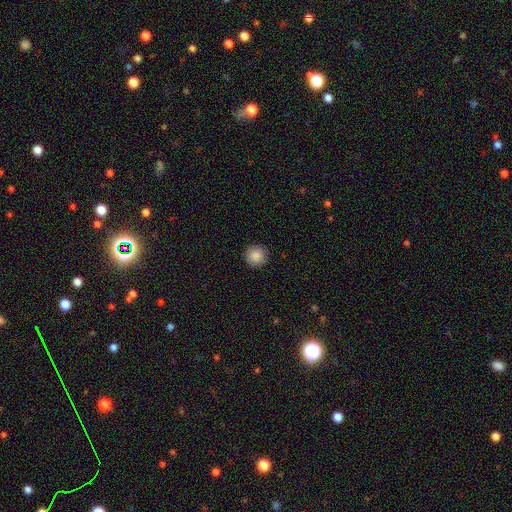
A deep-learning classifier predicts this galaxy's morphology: Smooth or featured?
  - smooth: 88% *
  - star or artifact: 9%
  - featured or disk: 4%
How rounded?
  - round: 96% *
  - in between: 3%
  - cigar-shaped: 1%
Merging?
  - none: 92% *
  - minor disturbance: 5%
  - major disturbance: 2%
  - merger: 1%